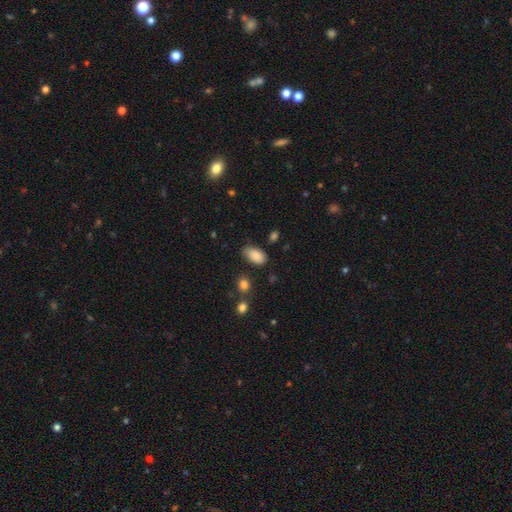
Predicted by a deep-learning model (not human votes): Overall: smooth (85%). How rounded: in between (93%). Merging: none (69%).